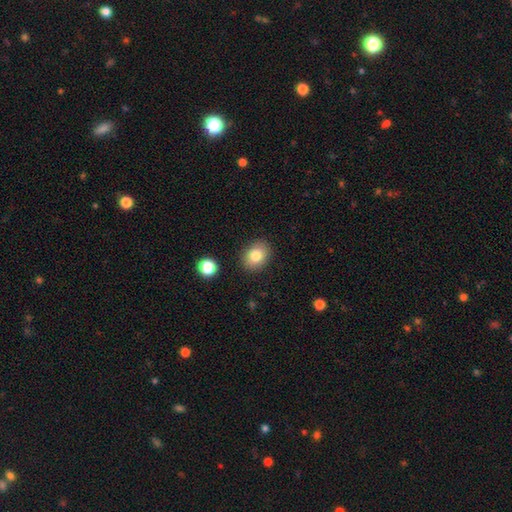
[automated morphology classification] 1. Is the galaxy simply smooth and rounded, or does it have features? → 81% smooth, 9% featured or disk, 9% star or artifact.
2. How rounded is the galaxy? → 58% in between, 41% round, 1% cigar-shaped.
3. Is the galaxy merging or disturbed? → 87% none, 8% minor disturbance, 2% major disturbance, 2% merger.